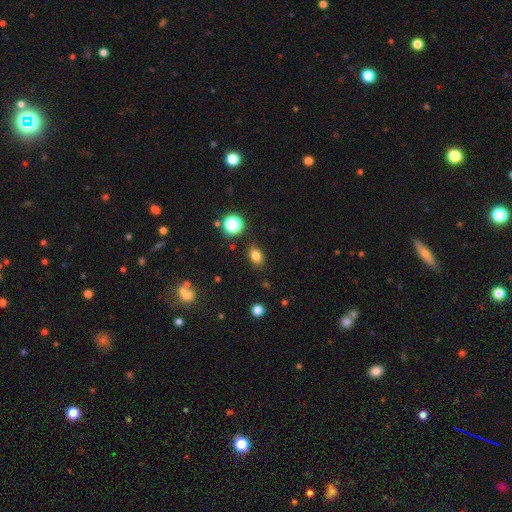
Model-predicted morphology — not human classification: This appears to be a smooth galaxy with no disk features (80%) that is in between round and cigar-shaped (77%). Merging: none (85%).